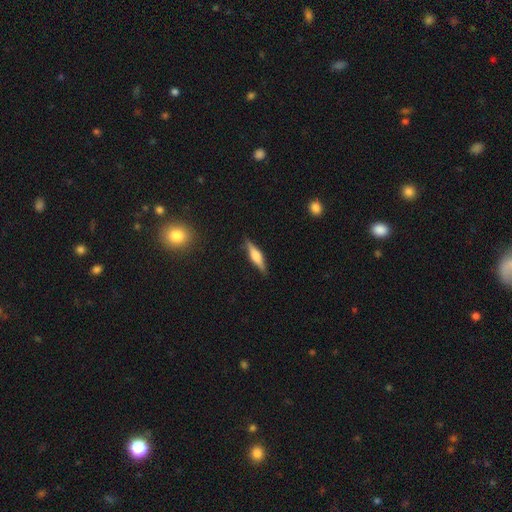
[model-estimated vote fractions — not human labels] This appears to be a featured or disk galaxy (55%) viewed edge-on (96%) with a rounded central bulge (74%). Merging: none (86%).